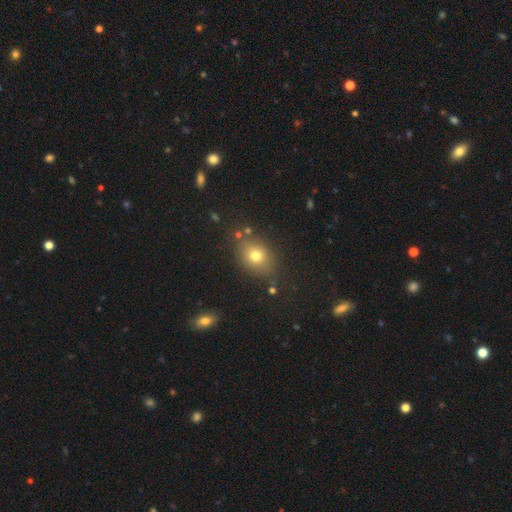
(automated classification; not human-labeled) Smooth or featured: smooth — 74% (star or artifact — 15%)
How rounded: in between — 54% (round — 45%)
Merging: none — 79% (minor disturbance — 12%)